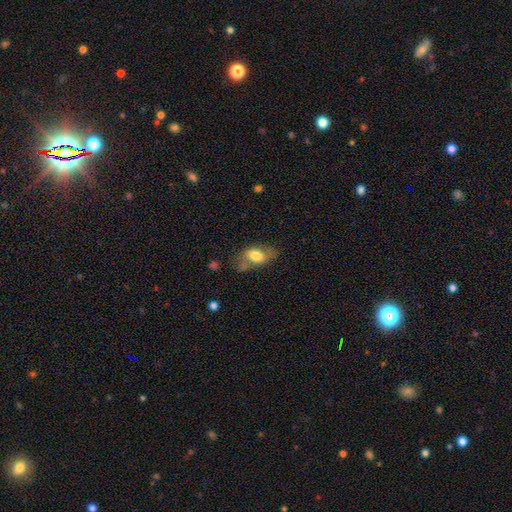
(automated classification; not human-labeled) smooth 66%, featured or disk 26%, star or artifact 8%. Down the decision tree: how rounded — in between (86%); merging — none (48%).